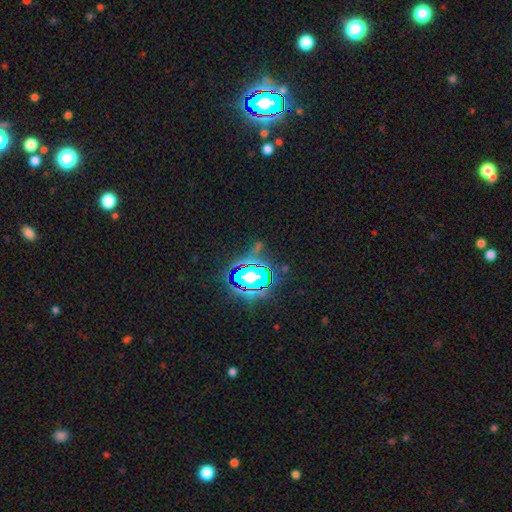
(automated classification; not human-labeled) The model was most divided on "smooth or featured": star or artifact: 81%, smooth: 11%, featured or disk: 8%.